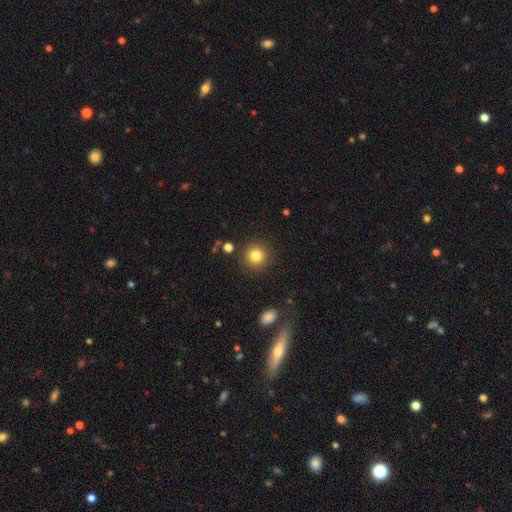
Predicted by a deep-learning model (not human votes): A smooth galaxy with no disk features (83%) that is round (93%). Merging: none (89%).